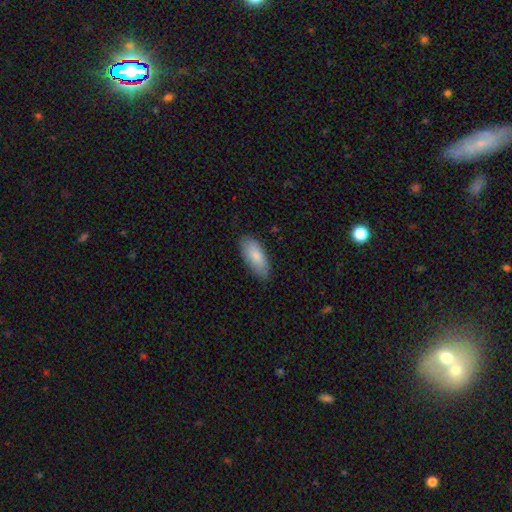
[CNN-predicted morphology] A smooth galaxy with no disk features (85%) that is in between round and cigar-shaped (83%).

Vote fractions:
- Smooth or featured? smooth: 85% / featured or disk: 10% / star or artifact: 5%
- How rounded? in between: 83% / cigar-shaped: 15% / round: 2%
- Merging? none: 83% / minor disturbance: 14% / major disturbance: 2% / merger: 1%